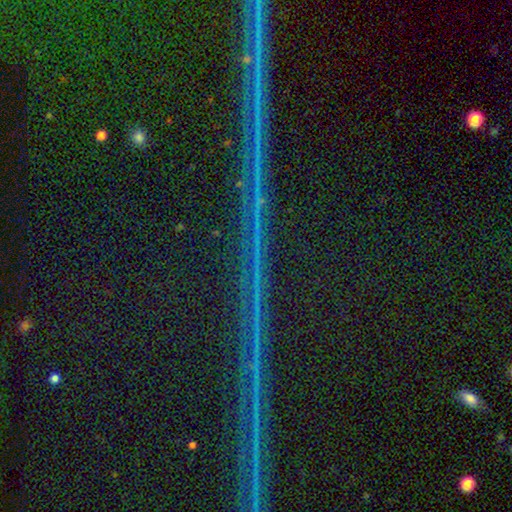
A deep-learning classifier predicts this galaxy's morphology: star or artifact 89%, featured or disk 7%, smooth 4%.